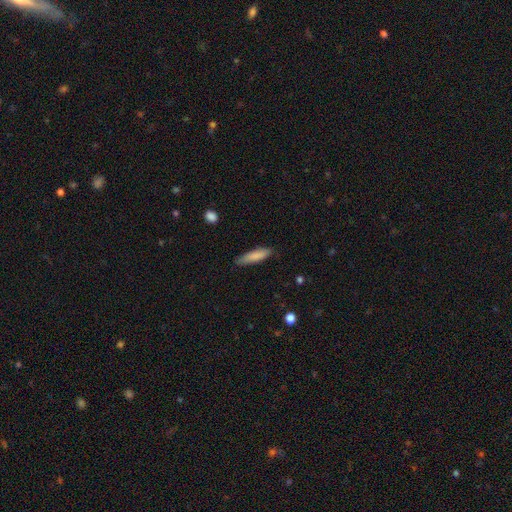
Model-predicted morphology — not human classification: type=smooth (84%); roundness=cigar-shaped (74%); merging=none (83%).